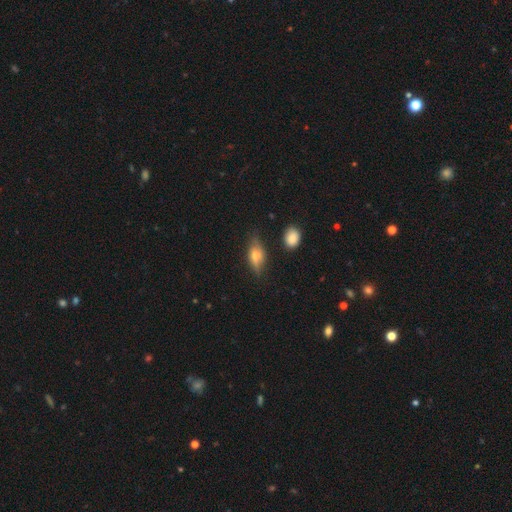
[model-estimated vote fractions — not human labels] Smooth or featured: smooth — 51% (featured or disk — 40%)
How rounded: in between — 74% (cigar-shaped — 19%)
Merging: none — 72% (minor disturbance — 21%)